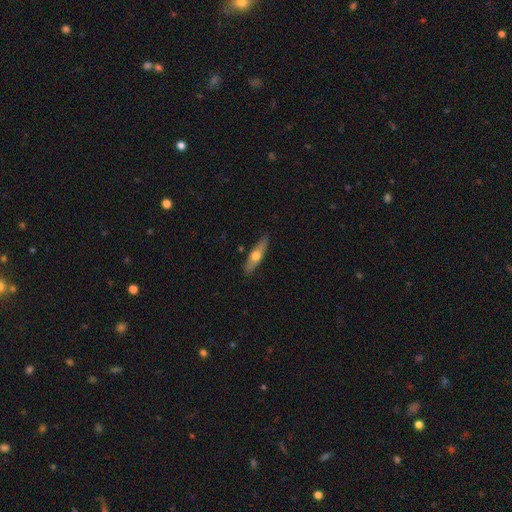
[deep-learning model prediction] This appears to be a featured or disk galaxy (48%). Merging: none (87%).